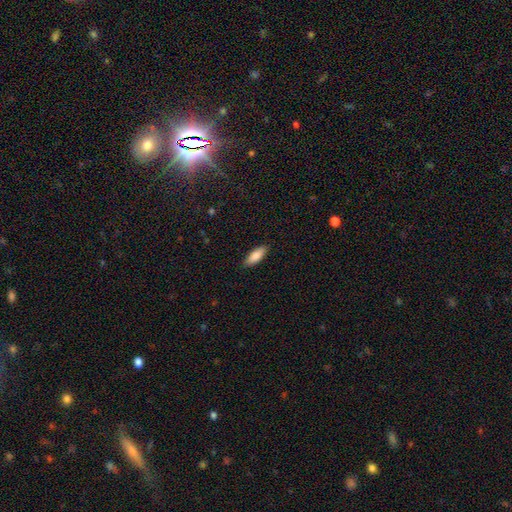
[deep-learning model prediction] smooth-or-featured: smooth: 86% | featured or disk: 8% | star or artifact: 6%
  how-rounded: in between: 68% | cigar-shaped: 31% | round: 2%
  merging: none: 88% | minor disturbance: 9% | major disturbance: 2% | merger: 1%